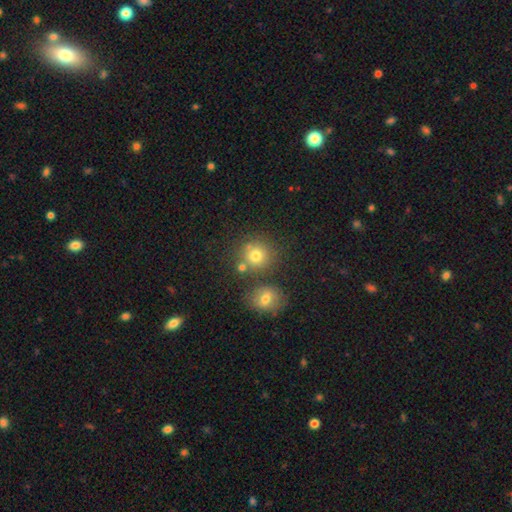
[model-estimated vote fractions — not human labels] Overall: smooth (75%). How rounded: round (86%). Merging: none (67%).